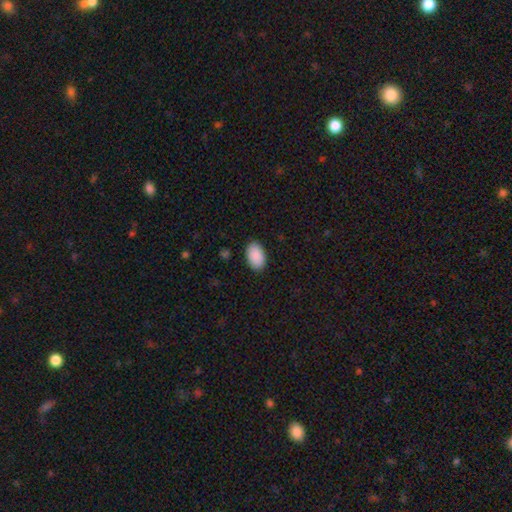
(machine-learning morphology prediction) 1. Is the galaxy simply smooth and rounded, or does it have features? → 91% smooth, 6% star or artifact, 3% featured or disk.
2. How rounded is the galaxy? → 94% in between, 5% round, 1% cigar-shaped.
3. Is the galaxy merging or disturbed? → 89% none, 8% minor disturbance, 2% major disturbance, 1% merger.